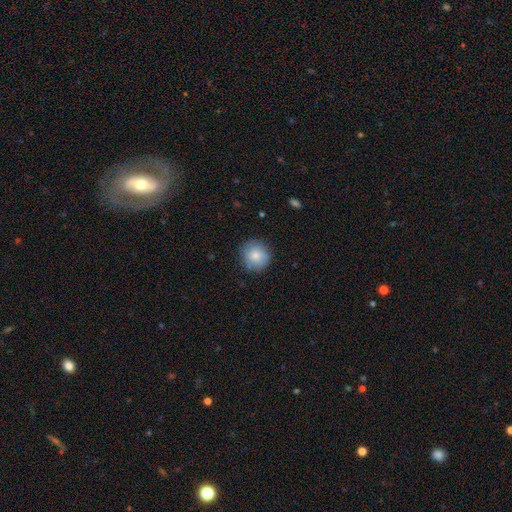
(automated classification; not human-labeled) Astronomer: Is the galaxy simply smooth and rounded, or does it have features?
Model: smooth — 80%.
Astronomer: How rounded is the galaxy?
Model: round — 93%.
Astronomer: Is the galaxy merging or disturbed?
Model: none — 83%.